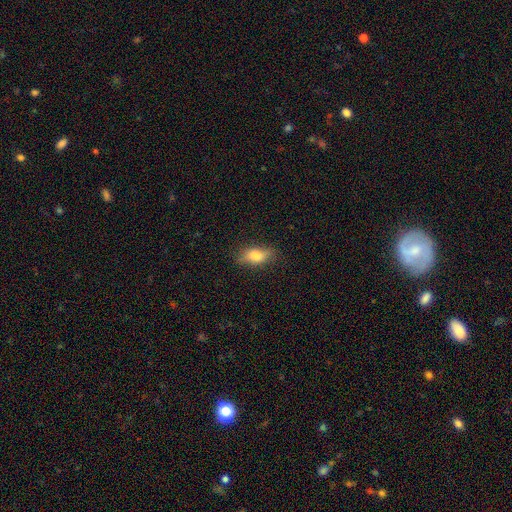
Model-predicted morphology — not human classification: type=smooth (76%); roundness=in between (81%); merging=none (80%).